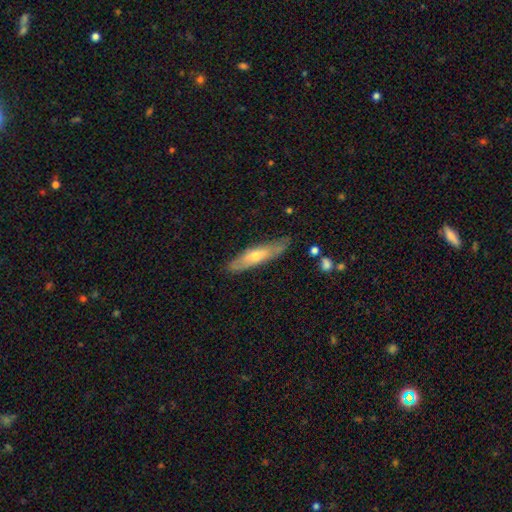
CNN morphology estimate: smooth-or-featured: featured or disk: 47% (tied) | smooth: 47% (tied) | star or artifact: 6%
  merging: none: 77% | minor disturbance: 17% | major disturbance: 4% | merger: 2%